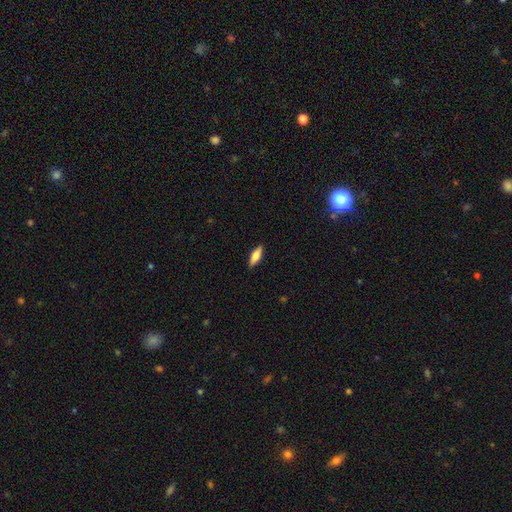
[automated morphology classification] Smooth or featured: smooth — 68% (featured or disk — 26%)
How rounded: in between — 60% (cigar-shaped — 37%)
Merging: none — 88% (minor disturbance — 9%)